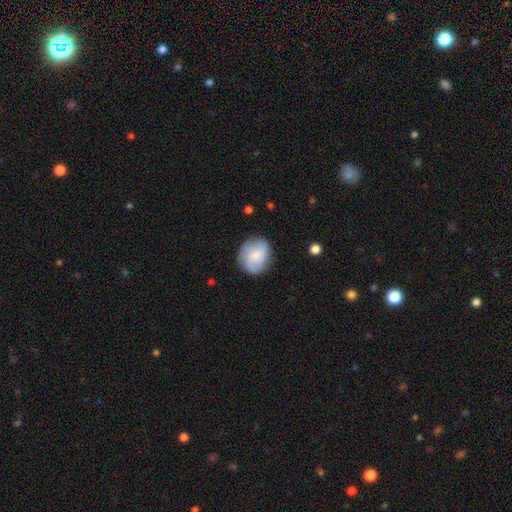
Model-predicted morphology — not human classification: Smooth or featured? Predicted: smooth (p=0.58). How rounded? Predicted: round (p=0.70). Merging? Predicted: none (p=0.74).